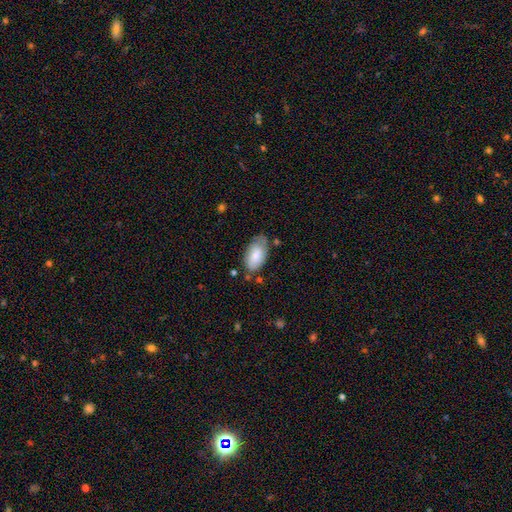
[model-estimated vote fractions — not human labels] Smooth or featured: smooth — 77% (featured or disk — 17%)
How rounded: in between — 95% (round — 3%)
Merging: none — 62% (minor disturbance — 28%)